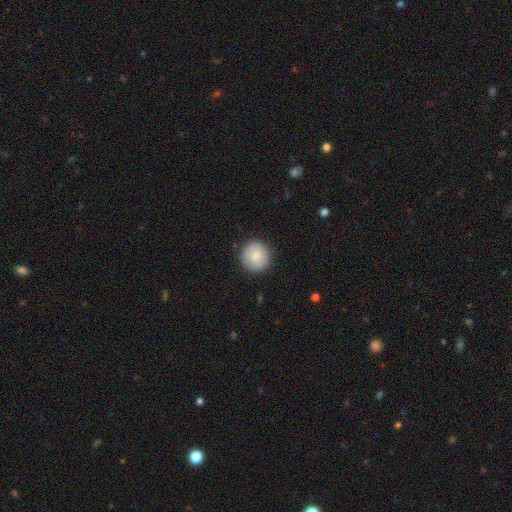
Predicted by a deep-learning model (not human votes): smooth 79%, featured or disk 14%, star or artifact 7%. Down the decision tree: how rounded — round (95%); merging — none (88%).